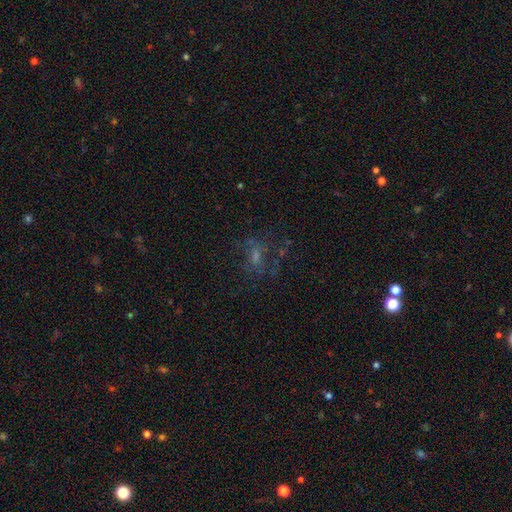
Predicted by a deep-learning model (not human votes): featured or disk 41%, star or artifact 31%, smooth 27%. Down the decision tree: merging — none (55%).